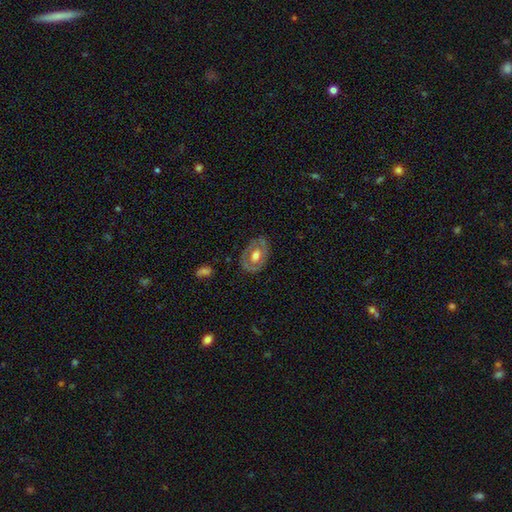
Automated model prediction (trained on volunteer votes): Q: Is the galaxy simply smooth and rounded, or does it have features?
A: featured or disk — 59%.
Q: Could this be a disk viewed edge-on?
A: no — 93%.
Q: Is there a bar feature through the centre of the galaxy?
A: no — 69%.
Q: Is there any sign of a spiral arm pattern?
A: no — 68%.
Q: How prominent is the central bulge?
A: moderate — 65%.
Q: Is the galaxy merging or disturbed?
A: none — 75%.